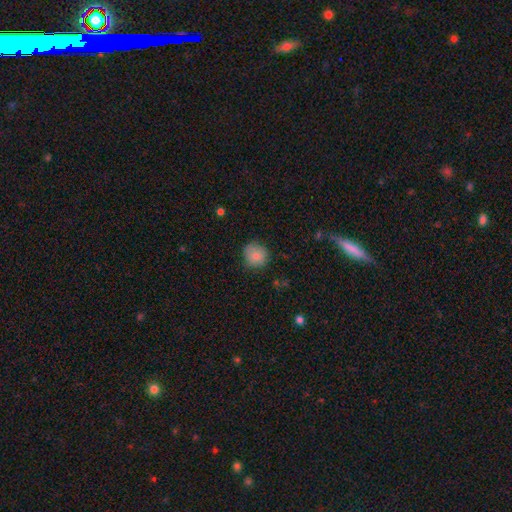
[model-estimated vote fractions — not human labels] The model was most divided on "merging": none: 79%, minor disturbance: 17%, major disturbance: 3%, merger: 1%. More confident: how rounded — round (90%); smooth or featured — smooth (83%).